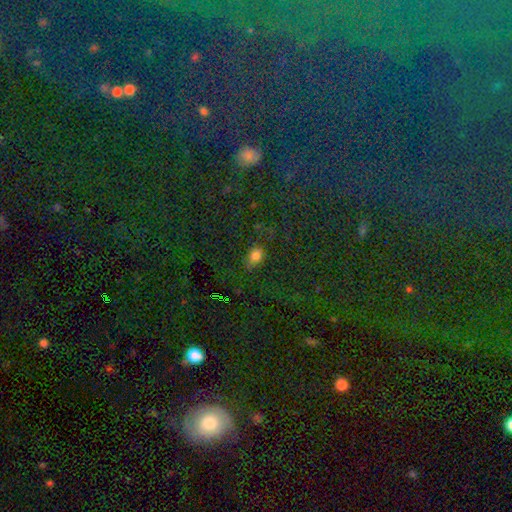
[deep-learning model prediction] The model was most divided on "how rounded": in between: 67%, round: 31%, cigar-shaped: 2%. More confident: smooth or featured — smooth (76%); merging — none (68%).